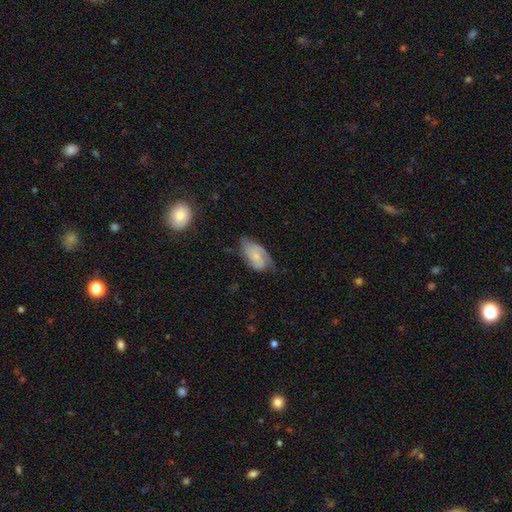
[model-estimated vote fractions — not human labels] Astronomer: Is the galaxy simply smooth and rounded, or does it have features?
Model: featured or disk — 60%.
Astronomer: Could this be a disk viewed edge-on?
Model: no — 95%.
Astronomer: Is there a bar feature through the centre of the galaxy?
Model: no — 67%.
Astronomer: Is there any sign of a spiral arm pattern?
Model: yes — 90%.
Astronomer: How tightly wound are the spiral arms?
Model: tight — 42% (runner-up: medium, 41%).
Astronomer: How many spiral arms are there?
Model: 2 — 58%.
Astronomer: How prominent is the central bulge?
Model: small — 58%.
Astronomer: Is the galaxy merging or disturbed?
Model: none — 59%.